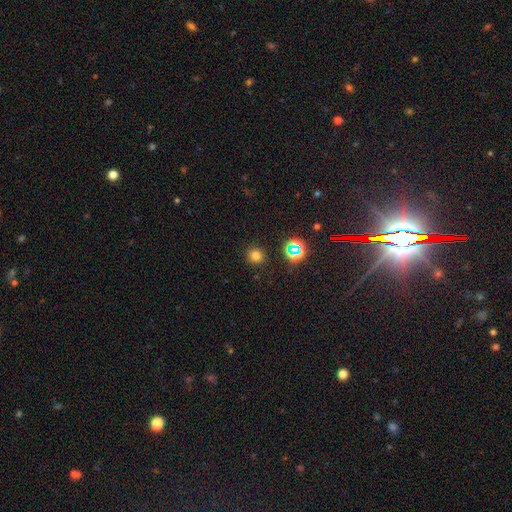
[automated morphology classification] Smooth or featured? Predicted: smooth (p=0.74). How rounded? Predicted: round (p=0.88). Merging? Predicted: none (p=0.90).